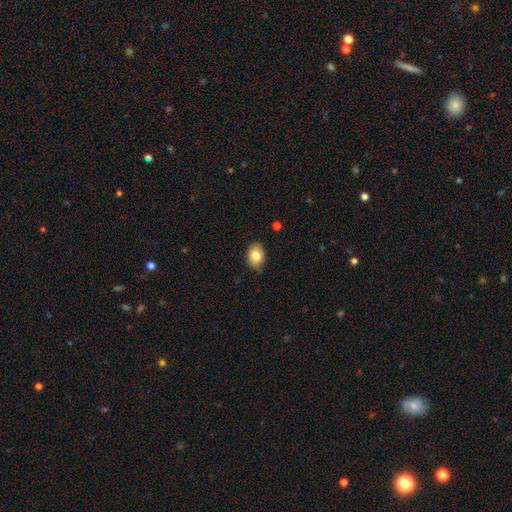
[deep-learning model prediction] The model was most divided on "how rounded": in between: 70%, round: 29%, cigar-shaped: 1%. More confident: merging — none (84%); smooth or featured — smooth (82%).